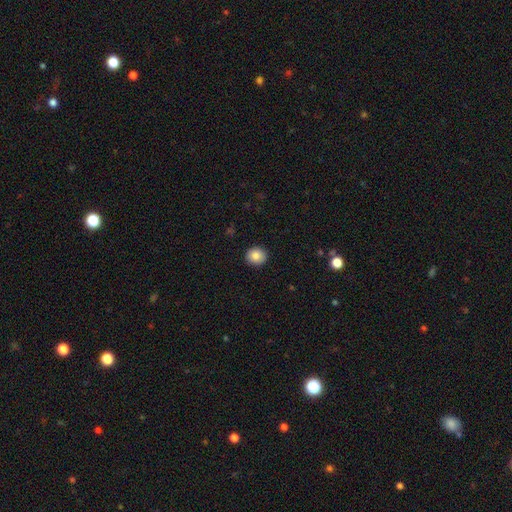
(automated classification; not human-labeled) Smooth or featured?
  - smooth: 84% *
  - star or artifact: 9%
  - featured or disk: 7%
How rounded?
  - round: 83% *
  - in between: 17%
  - cigar-shaped: 1%
Merging?
  - none: 91% *
  - minor disturbance: 6%
  - major disturbance: 2%
  - merger: 1%